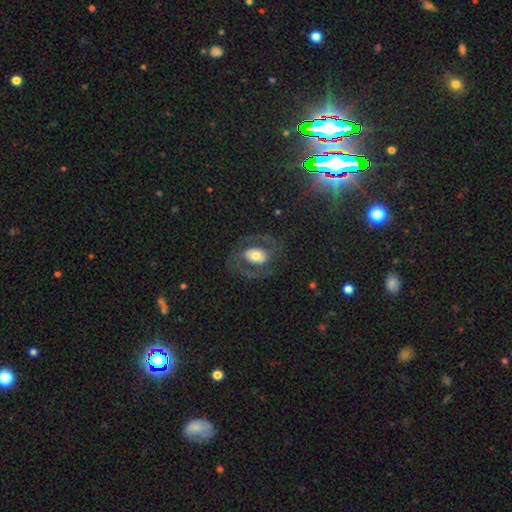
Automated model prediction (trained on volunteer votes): Smooth or featured? featured or disk (63%)
Edge-on disk? no (95%)
Bar? no (53%)
Spiral arms? yes (63%)
Bulge size? moderate (51%)
Merging? none (68%)